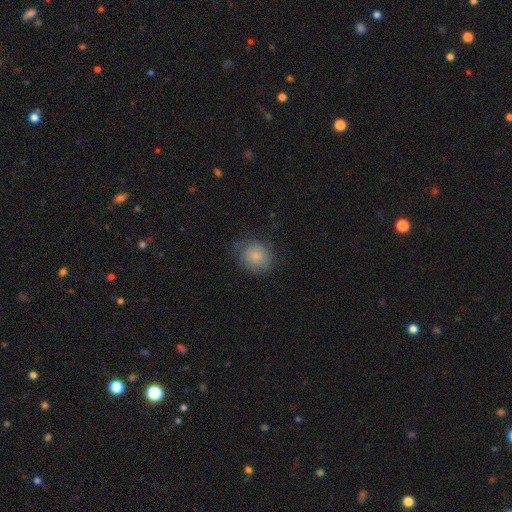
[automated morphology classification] smooth-or-featured: smooth: 83% | featured or disk: 9% | star or artifact: 8%
  how-rounded: round: 72% | in between: 27% | cigar-shaped: 1%
  merging: none: 74% | minor disturbance: 20% | major disturbance: 5% | merger: 1%